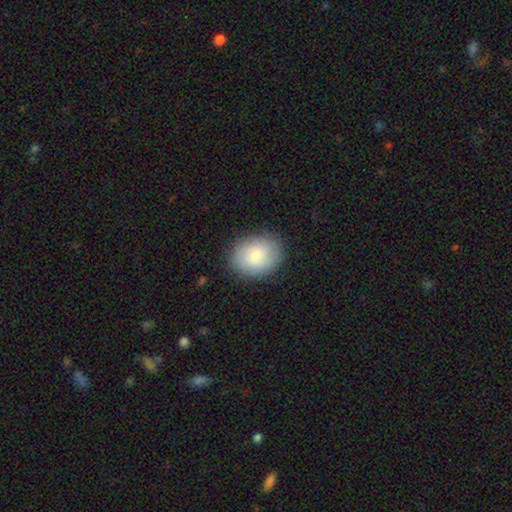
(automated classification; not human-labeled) The model was most divided on "how rounded": in between: 53%, round: 47%, cigar-shaped: 1%. More confident: merging — none (84%); smooth or featured — smooth (79%).